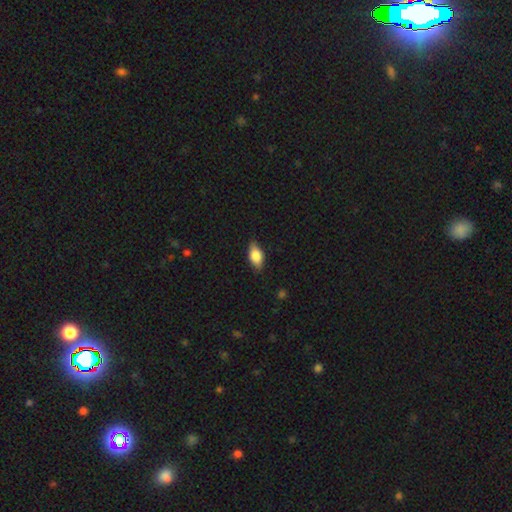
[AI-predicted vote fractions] This is likely a smooth galaxy (78%). How rounded: clearly in between (88%). Merging: clearly none (83%).